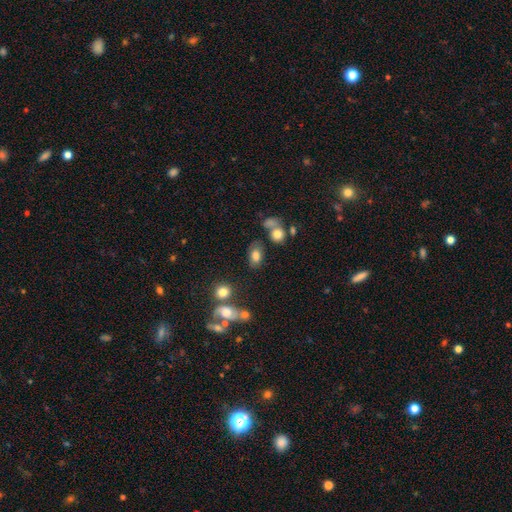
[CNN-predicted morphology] A smooth galaxy with no disk features (79%) that is in between round and cigar-shaped (84%).

Vote fractions:
- Smooth or featured? smooth: 79% / featured or disk: 11% / star or artifact: 11%
- How rounded? in between: 84% / round: 14% / cigar-shaped: 2%
- Merging? none: 63% / minor disturbance: 17% / merger: 12% / major disturbance: 7%